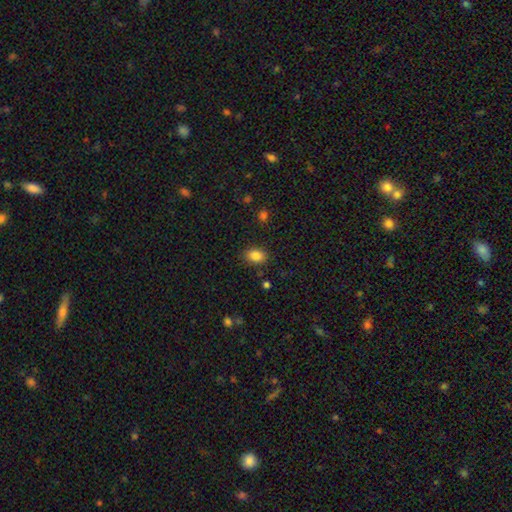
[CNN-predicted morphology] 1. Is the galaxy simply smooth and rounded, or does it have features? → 86% smooth, 9% star or artifact, 5% featured or disk.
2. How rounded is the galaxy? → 78% in between, 20% round, 1% cigar-shaped.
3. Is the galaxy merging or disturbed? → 85% none, 11% minor disturbance, 3% major disturbance, 2% merger.